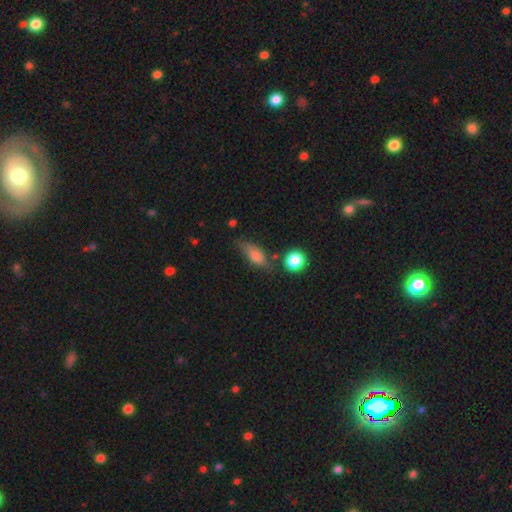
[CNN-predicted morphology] The model was most divided on "merging": none: 62%, minor disturbance: 25%, major disturbance: 7%, merger: 6%. More confident: smooth or featured — smooth (73%); how rounded — in between (70%).